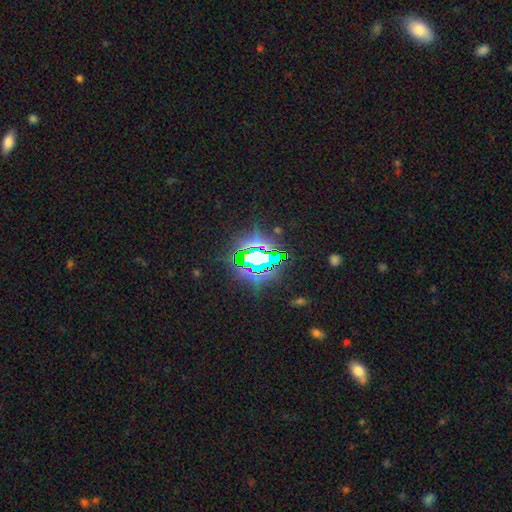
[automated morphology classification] star or artifact 79%, smooth 11%, featured or disk 10%.